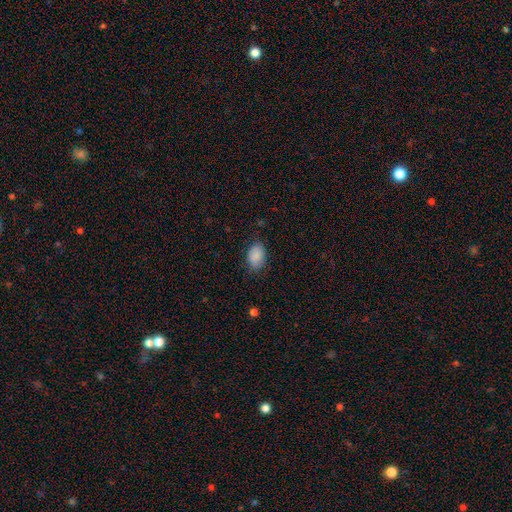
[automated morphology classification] This is clearly a smooth galaxy (88%). How rounded: clearly in between (83%). Merging: likely none (74%).